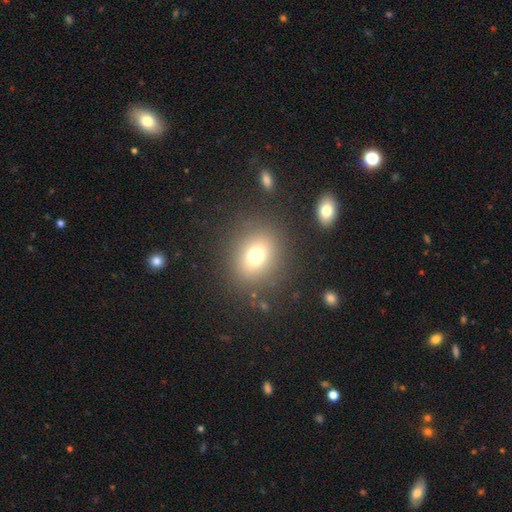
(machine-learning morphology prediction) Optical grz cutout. It shows a smooth galaxy with no disk features (71%) that is round (68%). Merging: none (85%).